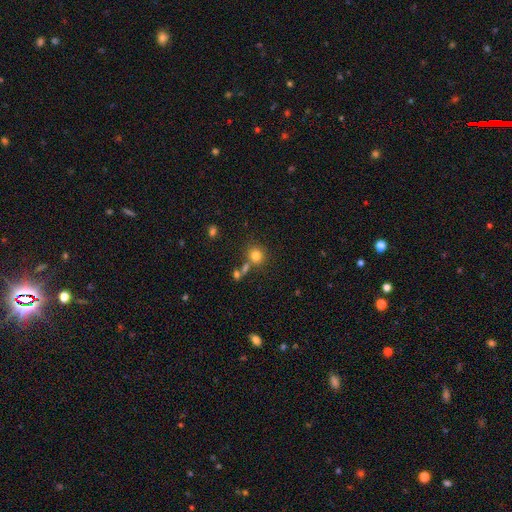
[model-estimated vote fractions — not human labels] Overall: smooth (79%). How rounded: round (86%). Merging: none (69%).